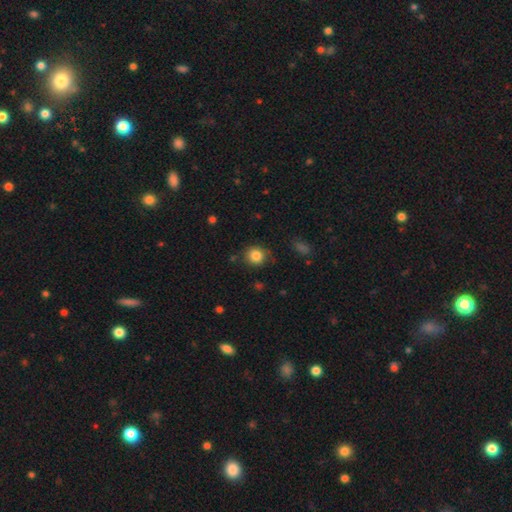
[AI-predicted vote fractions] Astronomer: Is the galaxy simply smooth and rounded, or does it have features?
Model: smooth — 83%.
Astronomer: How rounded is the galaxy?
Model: round — 87%.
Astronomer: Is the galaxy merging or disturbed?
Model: none — 81%.